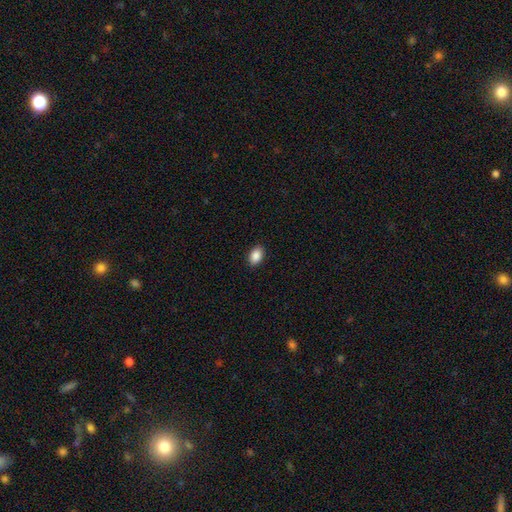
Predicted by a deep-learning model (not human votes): Morphology: type=smooth (89%); roundness=in between (87%); merging=none (90%).